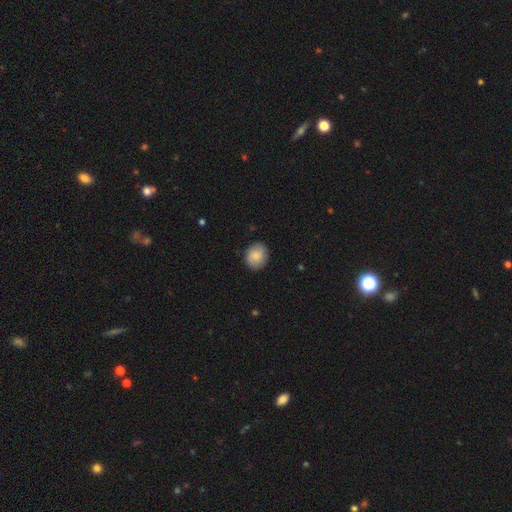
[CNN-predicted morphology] Smooth or featured? Predicted: smooth (p=0.82). How rounded? Predicted: round (p=0.64). Merging? Predicted: none (p=0.86).